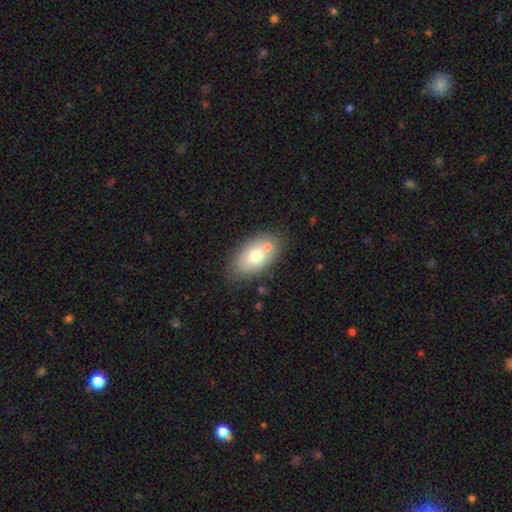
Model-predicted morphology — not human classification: This appears to be a smooth galaxy with no disk features (70%) that is in between round and cigar-shaped (90%). Merging: none (67%).